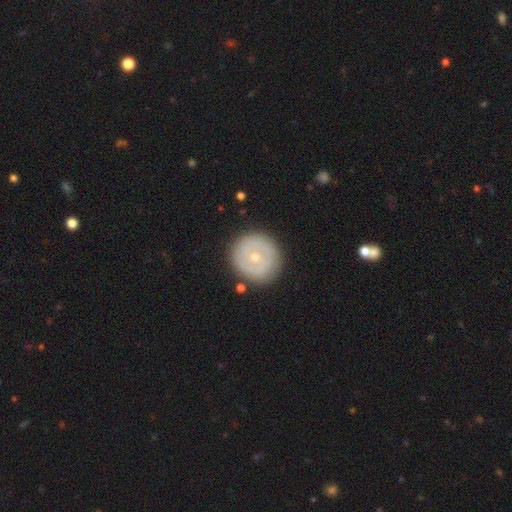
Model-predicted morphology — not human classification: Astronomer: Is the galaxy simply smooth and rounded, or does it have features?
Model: featured or disk — 51% (runner-up: smooth, 39%).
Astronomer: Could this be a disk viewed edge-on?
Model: no — 96%.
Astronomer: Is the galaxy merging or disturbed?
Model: none — 86%.